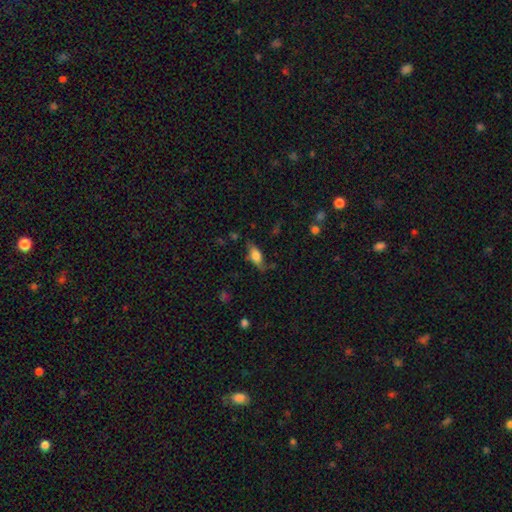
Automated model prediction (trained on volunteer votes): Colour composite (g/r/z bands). It shows a smooth galaxy with no disk features (63%) that is in between round and cigar-shaped (75%). Merging: none (67%).